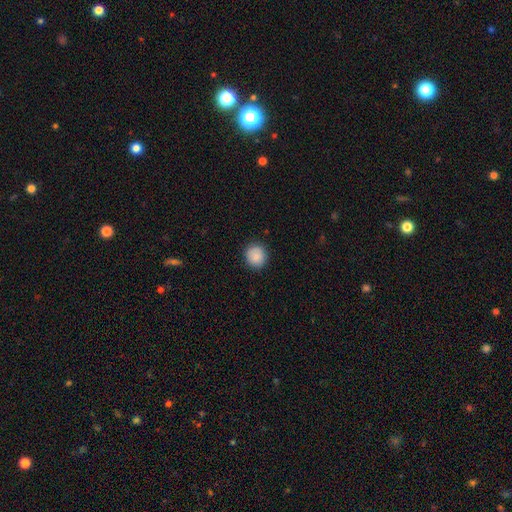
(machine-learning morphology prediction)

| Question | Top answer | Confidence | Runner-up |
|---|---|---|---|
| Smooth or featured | smooth | 86% | star or artifact (8%) |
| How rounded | round | 90% | in between (9%) |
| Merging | none | 89% | minor disturbance (8%) |